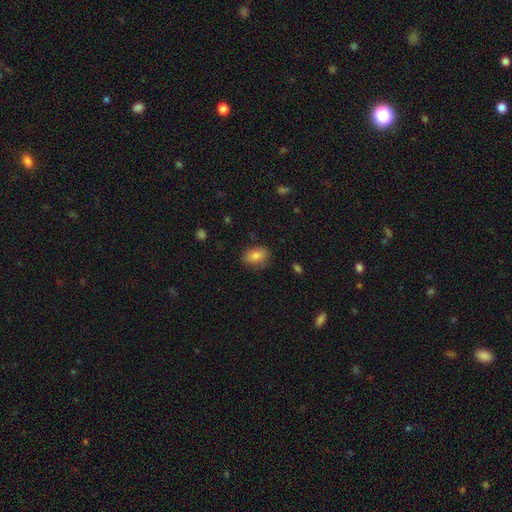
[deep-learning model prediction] This appears to be a smooth galaxy with no disk features (83%) that is in between round and cigar-shaped (81%). Merging: none (78%).